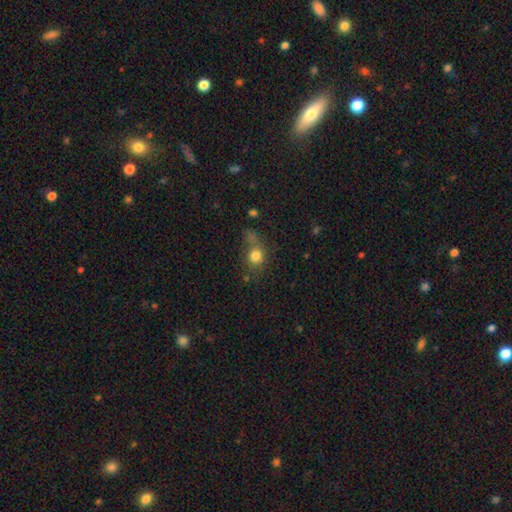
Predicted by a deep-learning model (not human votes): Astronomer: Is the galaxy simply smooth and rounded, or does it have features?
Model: smooth — 78%.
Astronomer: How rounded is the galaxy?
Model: round — 73%.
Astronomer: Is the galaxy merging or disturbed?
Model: none — 51%.